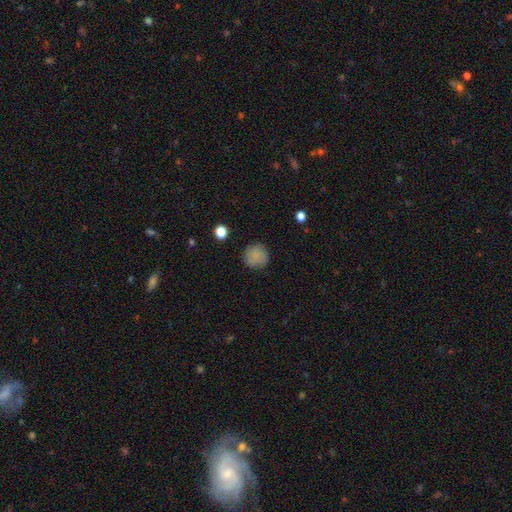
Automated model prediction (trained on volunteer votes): This appears to be a smooth galaxy with no disk features (83%) that is round (92%). Merging: none (85%).